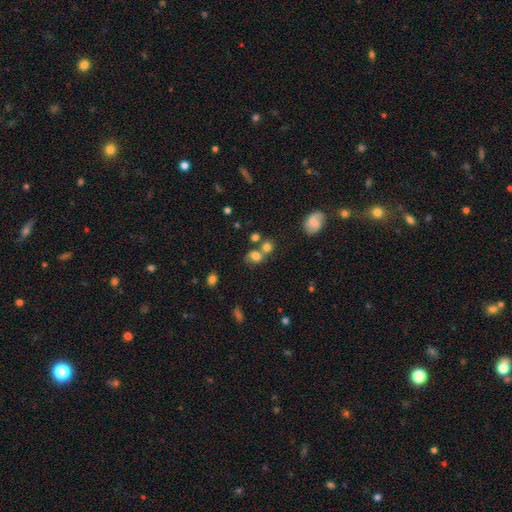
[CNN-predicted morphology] smooth 73%, star or artifact 15%, featured or disk 12%. Down the decision tree: how rounded — round (59%); merging — none (44%).